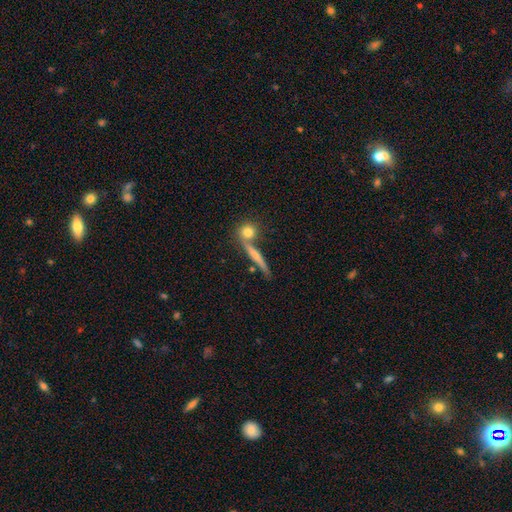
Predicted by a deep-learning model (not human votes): Smooth or featured?
  - smooth: 51% *
  - featured or disk: 40%
  - star or artifact: 9%
How rounded?
  - cigar-shaped: 79% *
  - round: 11%
  - in between: 11%
Merging?
  - none: 66% *
  - merger: 18%
  - minor disturbance: 11%
  - major disturbance: 5%